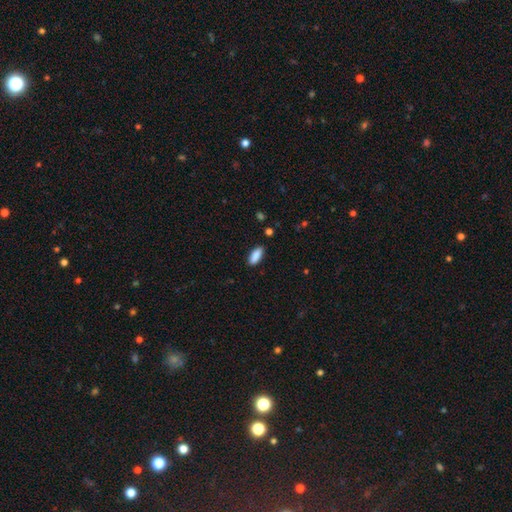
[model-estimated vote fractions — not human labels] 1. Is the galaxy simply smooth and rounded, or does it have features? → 89% smooth, 7% star or artifact, 4% featured or disk.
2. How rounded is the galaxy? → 79% in between, 19% cigar-shaped, 2% round.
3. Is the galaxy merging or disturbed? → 87% none, 10% minor disturbance, 2% major disturbance, 1% merger.